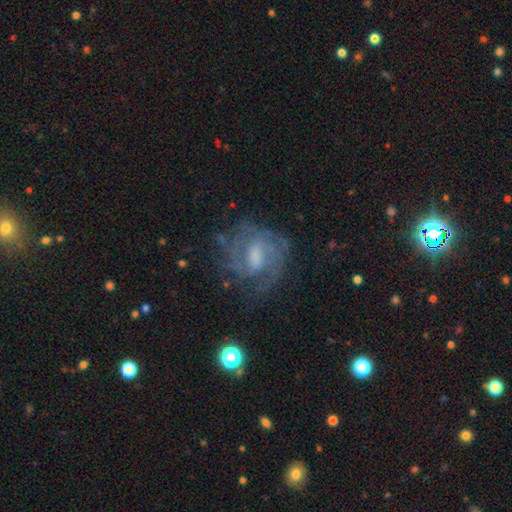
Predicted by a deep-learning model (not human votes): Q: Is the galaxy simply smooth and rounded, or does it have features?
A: featured or disk — 78%.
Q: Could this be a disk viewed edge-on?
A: no — 97%.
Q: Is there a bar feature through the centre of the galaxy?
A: weak — 55%.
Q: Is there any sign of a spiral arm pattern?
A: yes — 90%.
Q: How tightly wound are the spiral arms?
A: tight — 46%.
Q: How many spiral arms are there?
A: can't tell — 34%.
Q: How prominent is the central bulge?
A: moderate — 45%.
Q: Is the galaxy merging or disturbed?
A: none — 65%.